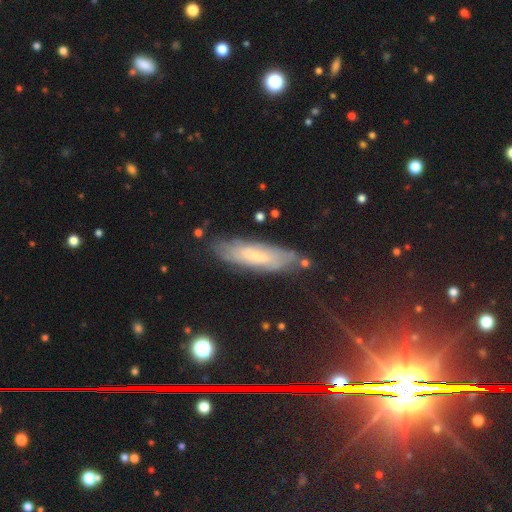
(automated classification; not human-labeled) The model was most divided on "smooth or featured": featured or disk: 46%, smooth: 43%, star or artifact: 11%. More confident: merging — none (79%).